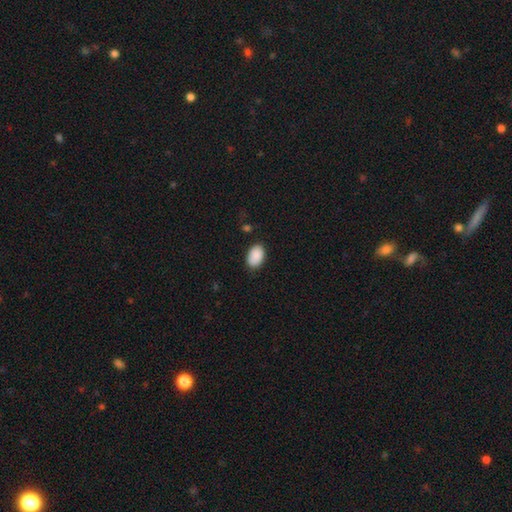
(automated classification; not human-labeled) A smooth galaxy with no disk features (89%) that is in between round and cigar-shaped (89%).

Vote fractions:
- Smooth or featured? smooth: 89% / star or artifact: 6% / featured or disk: 4%
- How rounded? in between: 89% / round: 10% / cigar-shaped: 1%
- Merging? none: 81% / minor disturbance: 14% / major disturbance: 3% / merger: 2%